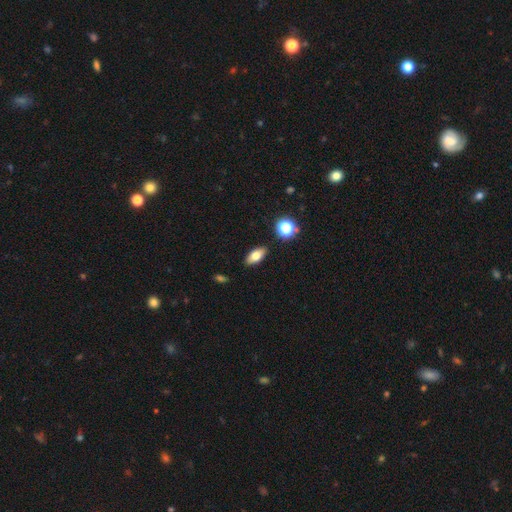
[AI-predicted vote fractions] Smooth or featured: smooth — 72% (featured or disk — 19%)
How rounded: in between — 83% (cigar-shaped — 11%)
Merging: none — 88% (minor disturbance — 8%)